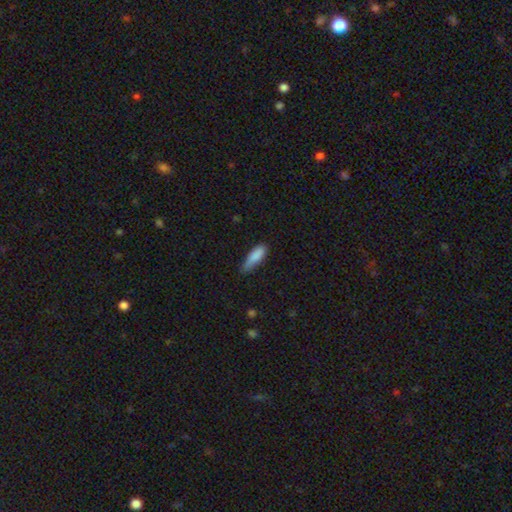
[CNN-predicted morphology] Smooth or featured? Predicted: smooth (p=0.85). How rounded? Predicted: cigar-shaped (p=0.52). Merging? Predicted: none (p=0.50).